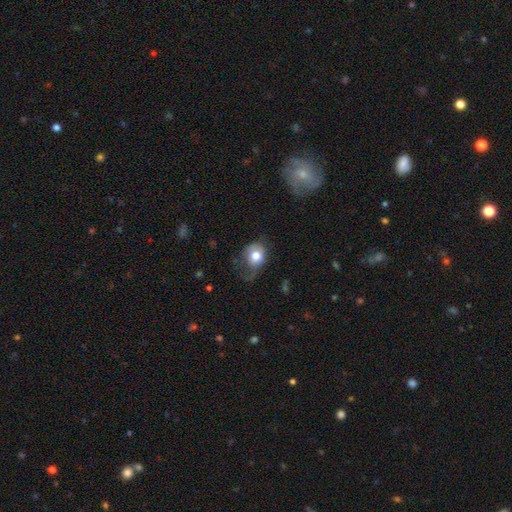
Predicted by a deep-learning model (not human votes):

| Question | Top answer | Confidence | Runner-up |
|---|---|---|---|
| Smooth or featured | smooth | 68% | featured or disk (23%) |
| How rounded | round | 57% | in between (42%) |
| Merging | none | 35% | major disturbance (33%) |